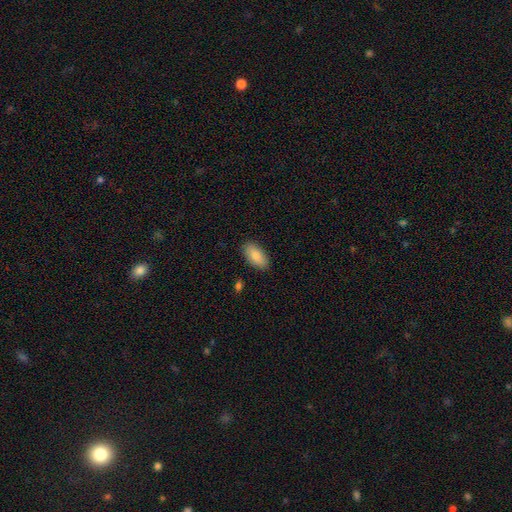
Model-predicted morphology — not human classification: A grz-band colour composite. It shows a smooth galaxy with no disk features (87%) that is in between round and cigar-shaped (93%). Merging: none (87%).